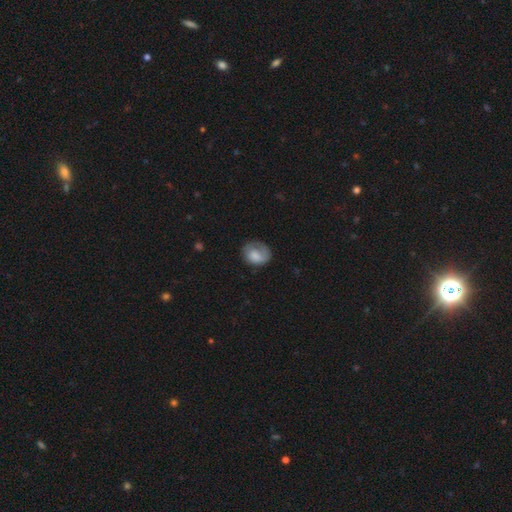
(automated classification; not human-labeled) smooth-or-featured: smooth: 69% | featured or disk: 24% | star or artifact: 7%
  how-rounded: round: 52% | in between: 47% | cigar-shaped: 1%
  merging: none: 52% | minor disturbance: 27% | major disturbance: 19% | merger: 2%